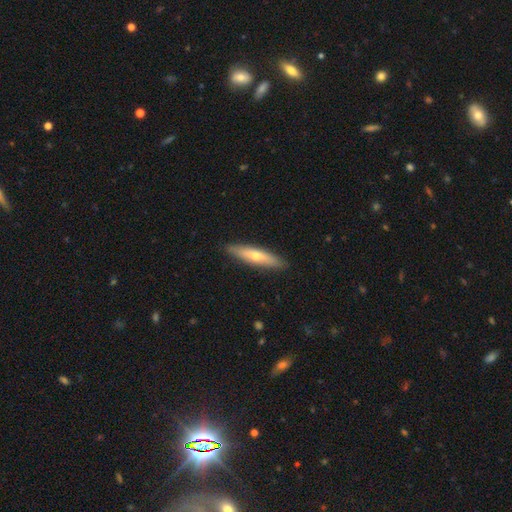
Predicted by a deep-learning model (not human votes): Smooth or featured: smooth — 52% (featured or disk — 42%)
How rounded: cigar-shaped — 81% (in between — 17%)
Merging: none — 89% (minor disturbance — 8%)